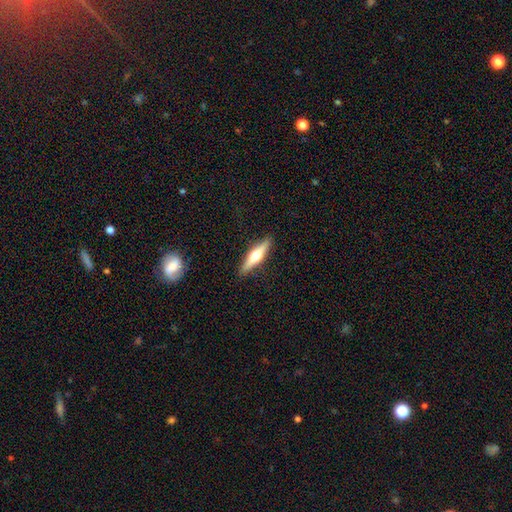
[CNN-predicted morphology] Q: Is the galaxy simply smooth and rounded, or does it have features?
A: featured or disk — 62%.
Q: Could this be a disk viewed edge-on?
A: yes — 96%.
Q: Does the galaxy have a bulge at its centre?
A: rounded — 94%.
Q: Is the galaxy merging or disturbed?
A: none — 90%.